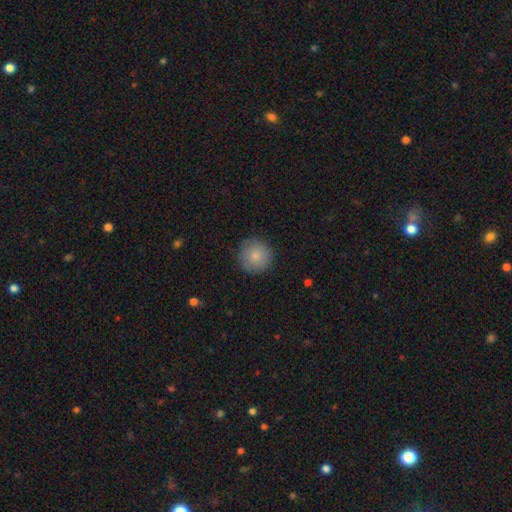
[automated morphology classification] Smooth or featured?
  - smooth: 84% *
  - featured or disk: 8%
  - star or artifact: 8%
How rounded?
  - round: 96% *
  - in between: 4%
  - cigar-shaped: 1%
Merging?
  - none: 88% *
  - minor disturbance: 8%
  - major disturbance: 2%
  - merger: 1%